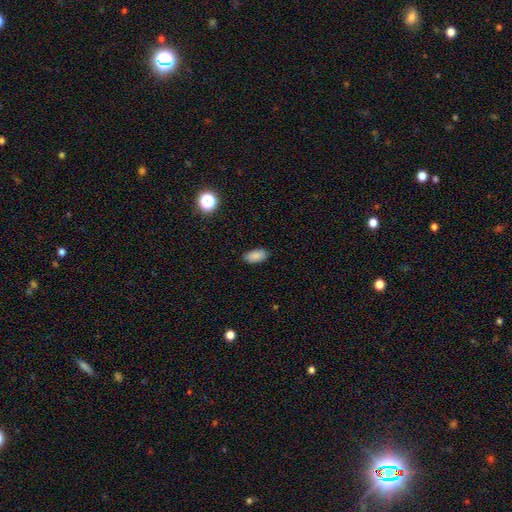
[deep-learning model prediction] Smooth or featured: smooth — 87% (star or artifact — 9%)
How rounded: in between — 93% (round — 4%)
Merging: none — 88% (minor disturbance — 9%)